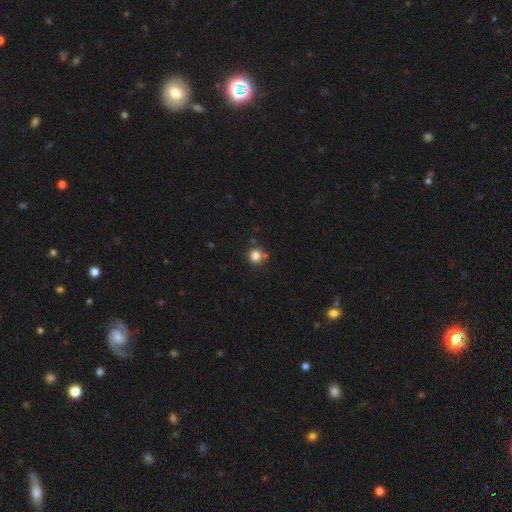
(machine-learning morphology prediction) A smooth galaxy with no disk features (82%) that is round (93%). Merging: none (76%).